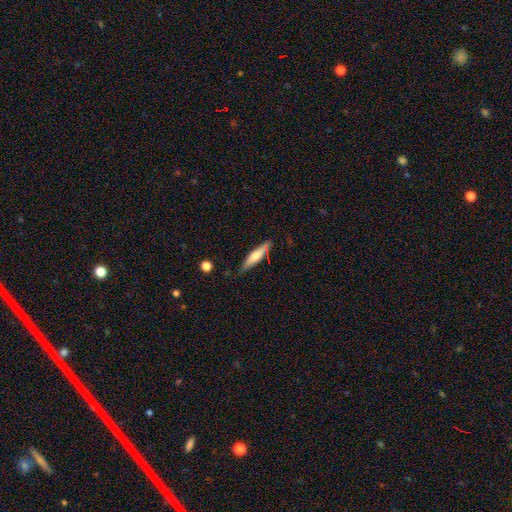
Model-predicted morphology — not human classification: smooth-or-featured: smooth: 59% | featured or disk: 35% | star or artifact: 6%
  how-rounded: cigar-shaped: 76% | in between: 23% | round: 2%
  merging: none: 72% | minor disturbance: 19% | merger: 5% | major disturbance: 4%